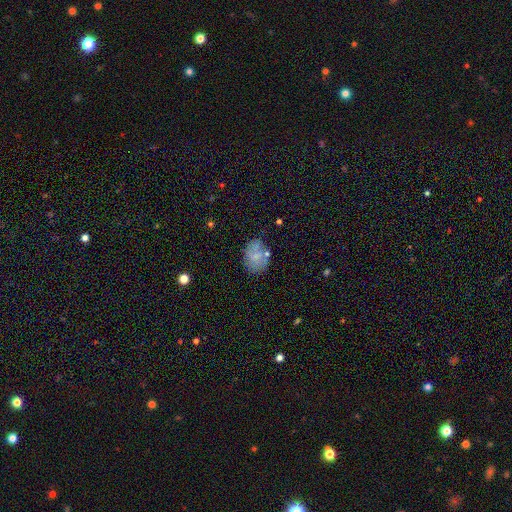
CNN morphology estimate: The model was most divided on "smooth or featured": smooth: 58%, featured or disk: 29%, star or artifact: 13%. More confident: how rounded — in between (65%); merging — none (60%).